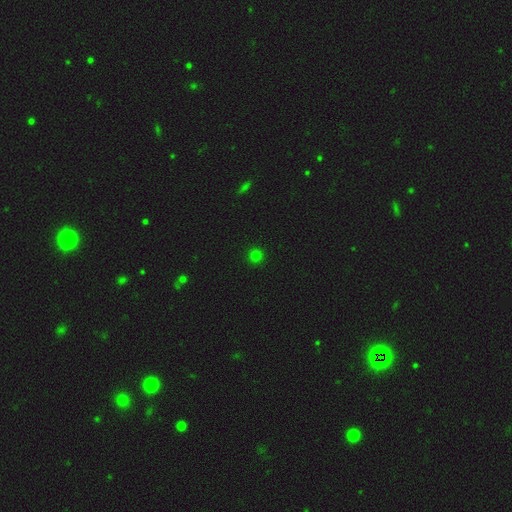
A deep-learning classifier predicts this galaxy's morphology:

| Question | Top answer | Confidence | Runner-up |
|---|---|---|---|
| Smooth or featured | smooth | 77% | star or artifact (19%) |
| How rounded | round | 95% | in between (4%) |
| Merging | none | 93% | minor disturbance (4%) |